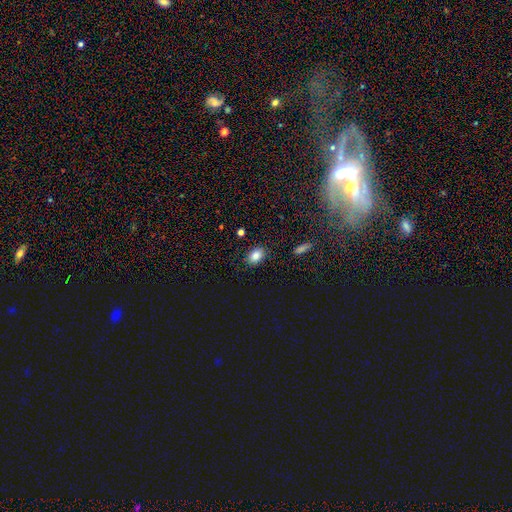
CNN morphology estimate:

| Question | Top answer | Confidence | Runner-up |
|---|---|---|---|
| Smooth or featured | smooth | 83% | star or artifact (10%) |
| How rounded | in between | 78% | round (21%) |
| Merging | none | 86% | minor disturbance (10%) |